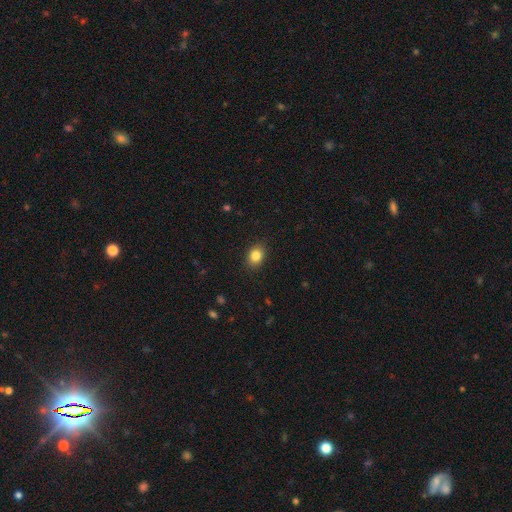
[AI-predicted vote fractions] A smooth galaxy with no disk features (84%) that is in between round and cigar-shaped (61%).

Vote fractions:
- Smooth or featured? smooth: 84% / star or artifact: 10% / featured or disk: 6%
- How rounded? in between: 61% / round: 38% / cigar-shaped: 1%
- Merging? none: 88% / minor disturbance: 9% / major disturbance: 2% / merger: 1%